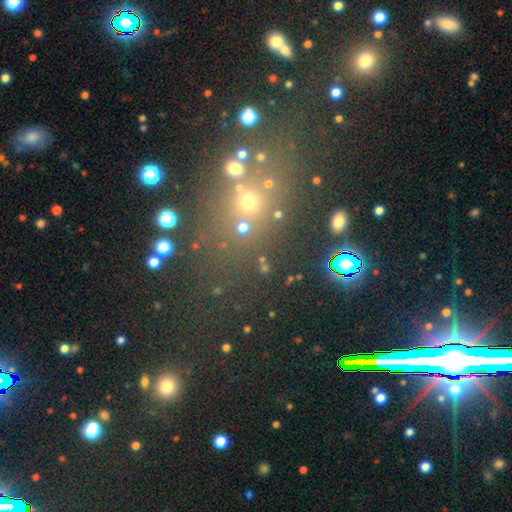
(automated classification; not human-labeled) A star or artifact, not a galaxy (56%).

Vote fractions:
- Smooth or featured? star or artifact: 56% / smooth: 28% / featured or disk: 16%